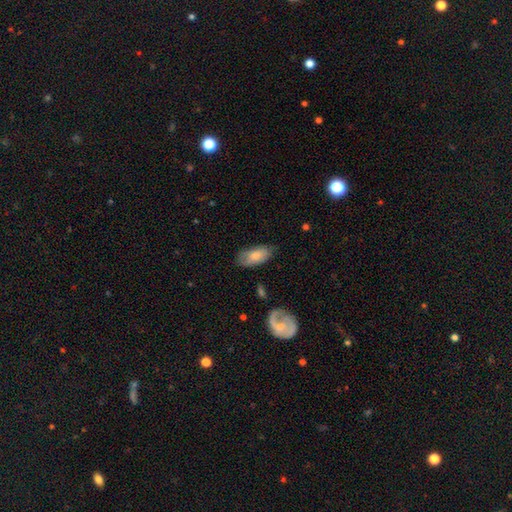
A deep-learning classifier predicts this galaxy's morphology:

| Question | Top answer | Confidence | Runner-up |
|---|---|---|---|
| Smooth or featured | smooth | 74% | featured or disk (20%) |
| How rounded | in between | 92% | cigar-shaped (5%) |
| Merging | none | 70% | minor disturbance (22%) |